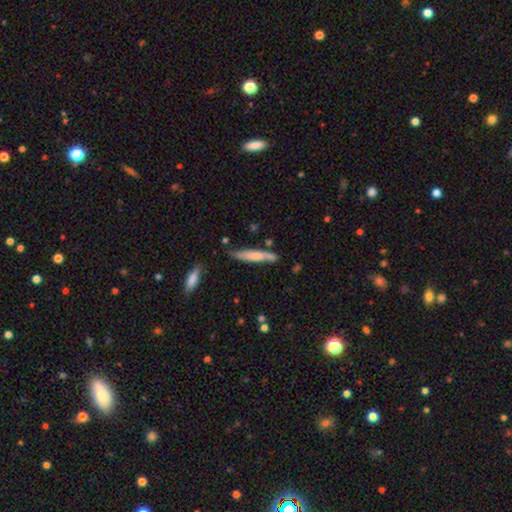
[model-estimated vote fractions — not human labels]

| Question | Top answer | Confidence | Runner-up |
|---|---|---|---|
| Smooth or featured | smooth | 67% | featured or disk (28%) |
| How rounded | cigar-shaped | 89% | in between (10%) |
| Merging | none | 65% | minor disturbance (22%) |